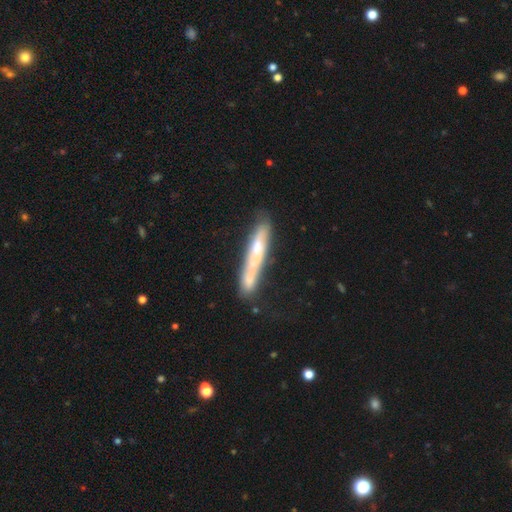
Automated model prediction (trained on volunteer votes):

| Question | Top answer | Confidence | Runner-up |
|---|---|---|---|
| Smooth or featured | featured or disk | 48% | smooth (45%) |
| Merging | none | 55% | minor disturbance (20%) |